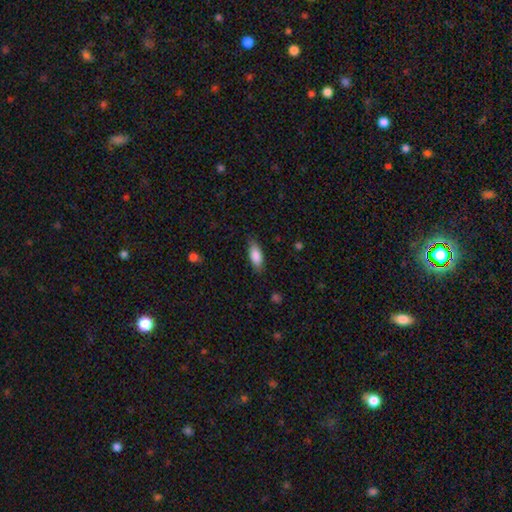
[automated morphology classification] Smooth or featured: smooth — 86% (featured or disk — 8%)
How rounded: in between — 78% (cigar-shaped — 20%)
Merging: none — 81% (minor disturbance — 15%)